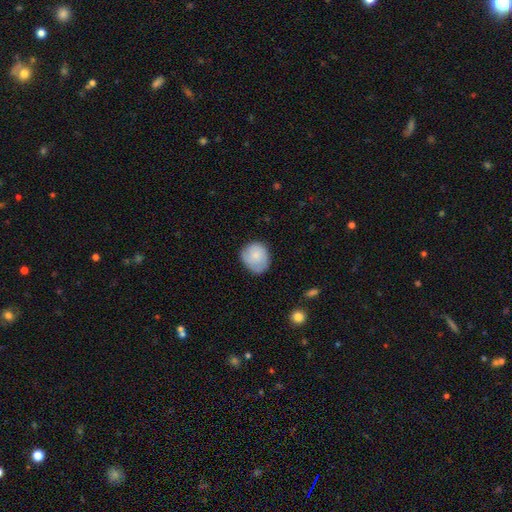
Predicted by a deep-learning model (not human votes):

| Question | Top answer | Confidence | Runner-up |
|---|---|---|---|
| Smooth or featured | smooth | 76% | featured or disk (18%) |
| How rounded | round | 69% | in between (30%) |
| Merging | none | 69% | minor disturbance (24%) |